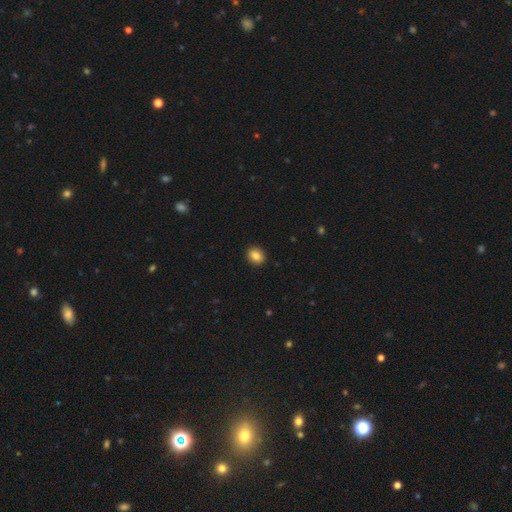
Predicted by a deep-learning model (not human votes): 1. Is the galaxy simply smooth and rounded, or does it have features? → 86% smooth, 9% star or artifact, 5% featured or disk.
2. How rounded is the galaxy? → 62% round, 37% in between, 1% cigar-shaped.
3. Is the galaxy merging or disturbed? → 92% none, 5% minor disturbance, 2% major disturbance, 1% merger.